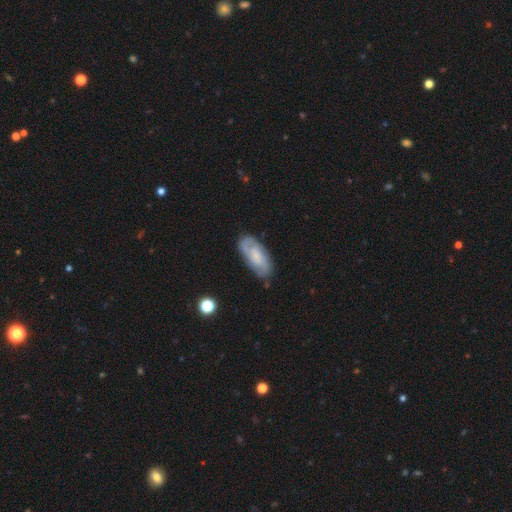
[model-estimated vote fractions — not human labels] This appears to be a featured or disk galaxy (62%) with no bar (60%), 2 (55%) tight (45%) spiral arms (88%) and a small central bulge (54%). Merging: none (76%).